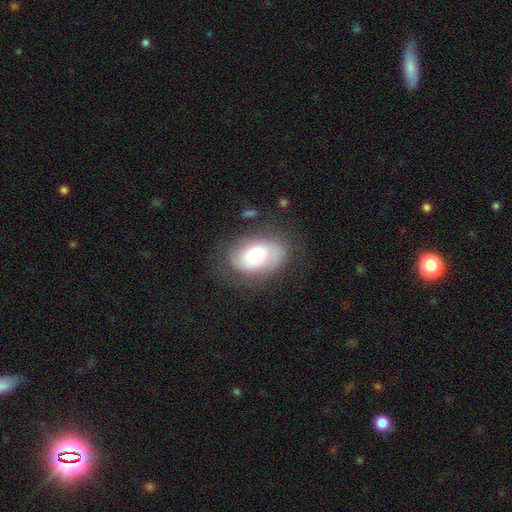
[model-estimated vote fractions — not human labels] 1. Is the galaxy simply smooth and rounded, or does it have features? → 60% smooth, 32% featured or disk, 8% star or artifact.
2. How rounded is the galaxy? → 86% in between, 13% round, 1% cigar-shaped.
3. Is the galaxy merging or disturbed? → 64% none, 22% minor disturbance, 12% major disturbance, 2% merger.